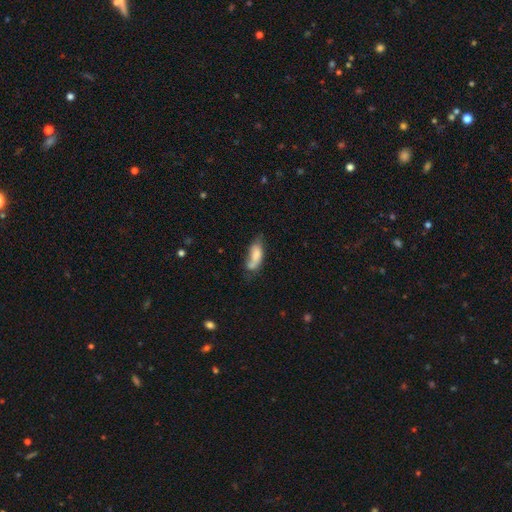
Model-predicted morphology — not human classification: The model was most divided on "merging": none: 35%, minor disturbance: 29%, merger: 20%, major disturbance: 16%. More confident: how rounded — in between (77%); smooth or featured — smooth (73%).